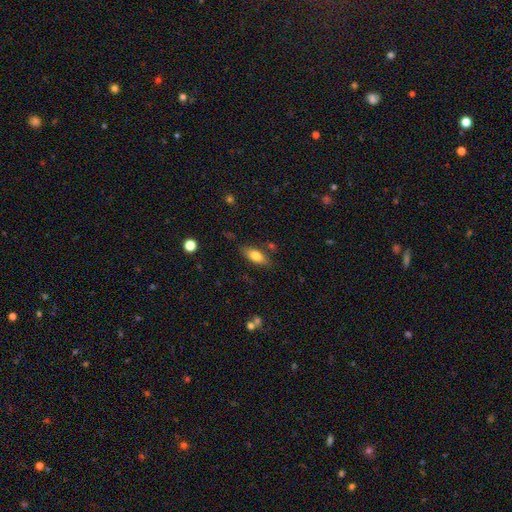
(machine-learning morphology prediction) A smooth galaxy with no disk features (78%) that is in between round and cigar-shaped (83%). Merging: none (76%).